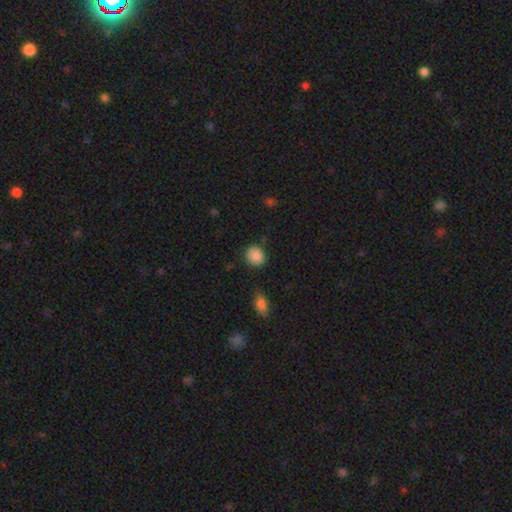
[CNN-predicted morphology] type=smooth (87%); roundness=round (82%); merging=none (83%).